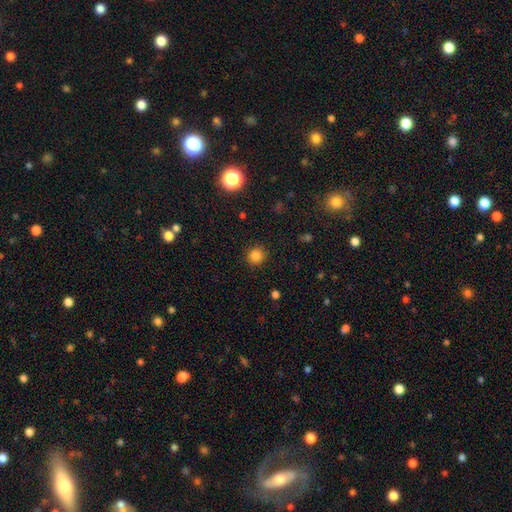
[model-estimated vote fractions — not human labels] This appears to be a smooth galaxy with no disk features (83%) that is round (94%). Merging: none (91%).